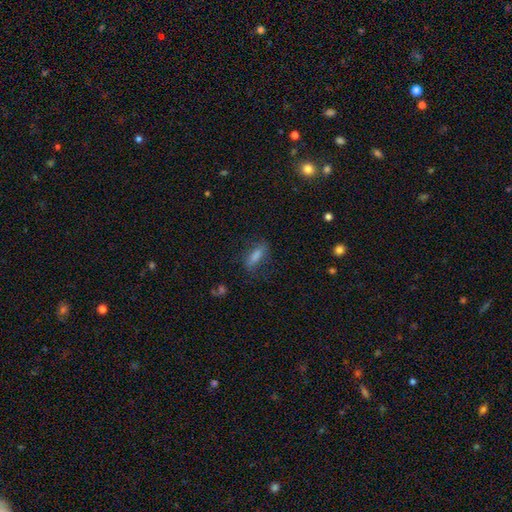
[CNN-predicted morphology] Overall: smooth (62%; featured or disk 22%). How rounded: cigar-shaped (53%; in between 43%). Merging: none (74%).